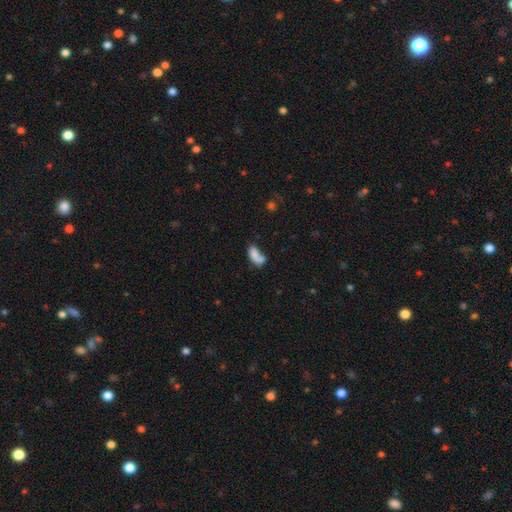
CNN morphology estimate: Smooth or featured?
  - smooth: 75% *
  - featured or disk: 15%
  - star or artifact: 10%
How rounded?
  - in between: 85% *
  - cigar-shaped: 9%
  - round: 6%
Merging?
  - merger: 46% *
  - none: 27%
  - minor disturbance: 15%
  - major disturbance: 11%